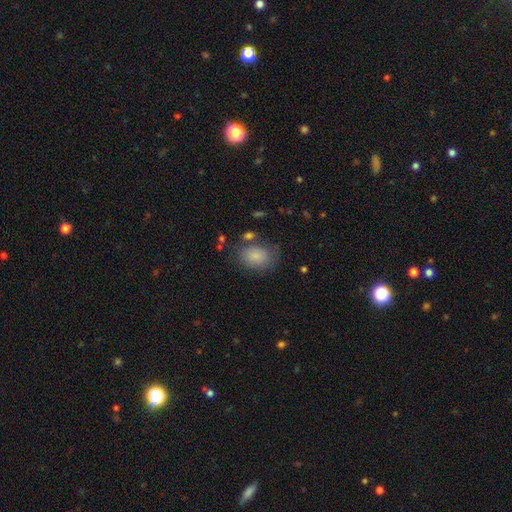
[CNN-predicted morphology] Smooth or featured: smooth — 84% (star or artifact — 8%)
How rounded: in between — 69% (round — 30%)
Merging: none — 67% (minor disturbance — 19%)